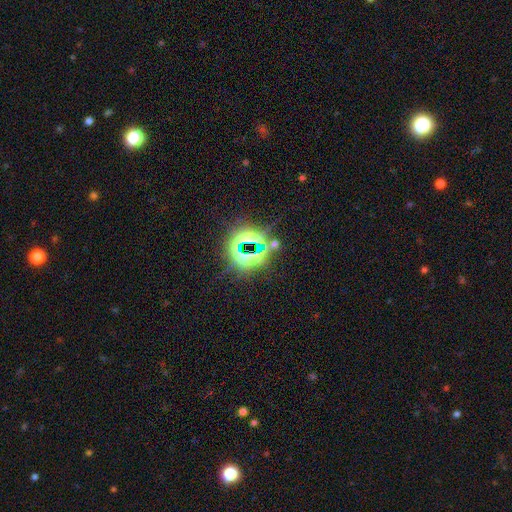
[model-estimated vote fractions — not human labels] Morphology: type=star or artifact (78%).